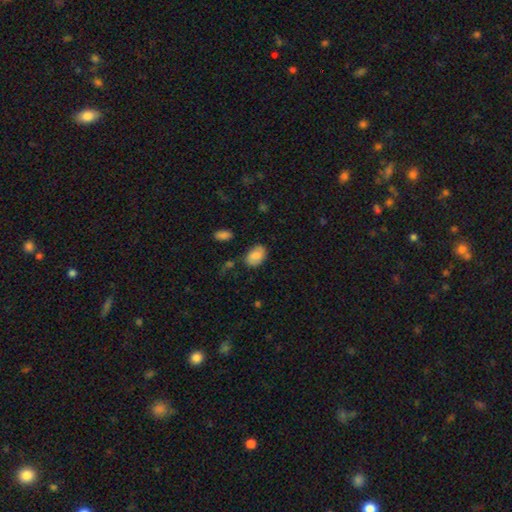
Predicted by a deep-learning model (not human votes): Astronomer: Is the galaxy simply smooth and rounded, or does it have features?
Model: smooth — 74%.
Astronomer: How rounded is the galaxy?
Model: in between — 84%.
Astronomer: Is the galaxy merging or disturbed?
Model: none — 73%.